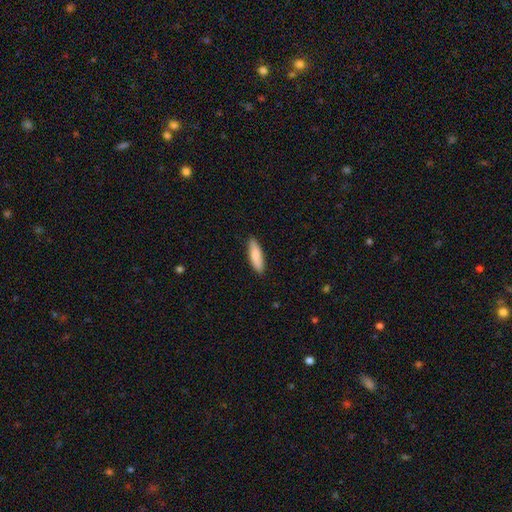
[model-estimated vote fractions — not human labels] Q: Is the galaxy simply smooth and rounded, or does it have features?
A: smooth — 85%.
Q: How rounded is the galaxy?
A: cigar-shaped — 60%.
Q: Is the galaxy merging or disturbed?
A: none — 88%.